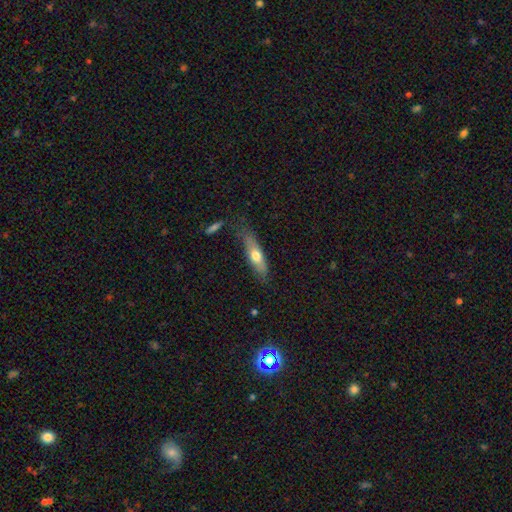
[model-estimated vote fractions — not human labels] Q: Smooth or featured?
A: smooth (58%); runner-up: featured or disk (36%)
Q: How rounded?
A: cigar-shaped (62%); runner-up: in between (36%)
Q: Merging?
A: none (70%); runner-up: minor disturbance (21%)